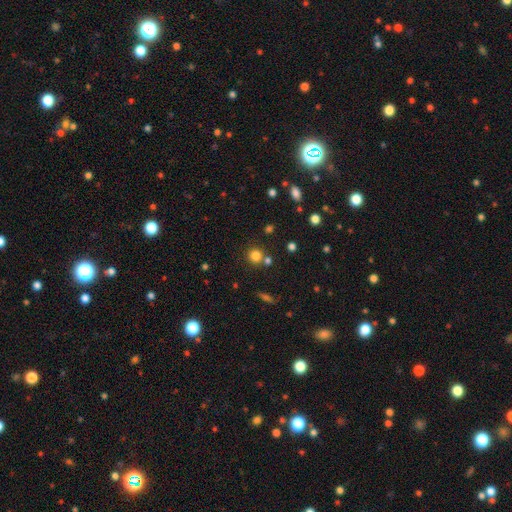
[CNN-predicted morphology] Overall: smooth (80%). How rounded: round (91%). Merging: none (73%).